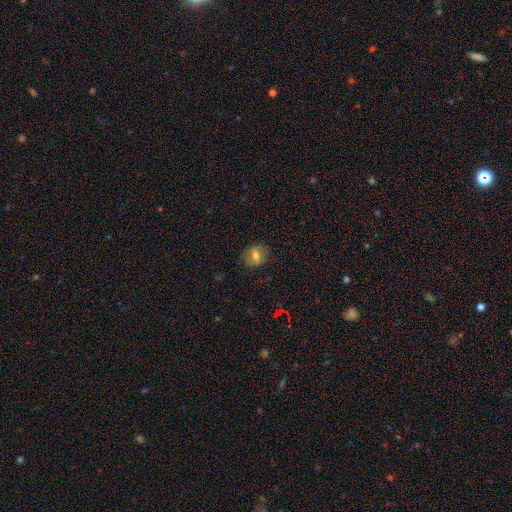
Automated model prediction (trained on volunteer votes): Morphology: type=smooth (65%); roundness=round (67%); merging=none (83%).